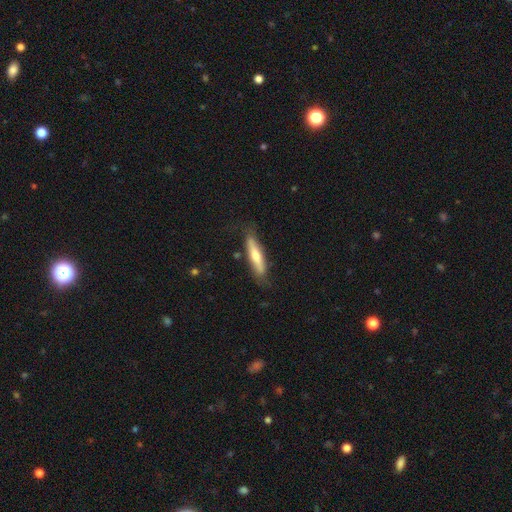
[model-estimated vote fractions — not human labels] The model was most divided on "smooth or featured": smooth: 52%, featured or disk: 42%, star or artifact: 6%. More confident: how rounded — cigar-shaped (81%); merging — none (76%).